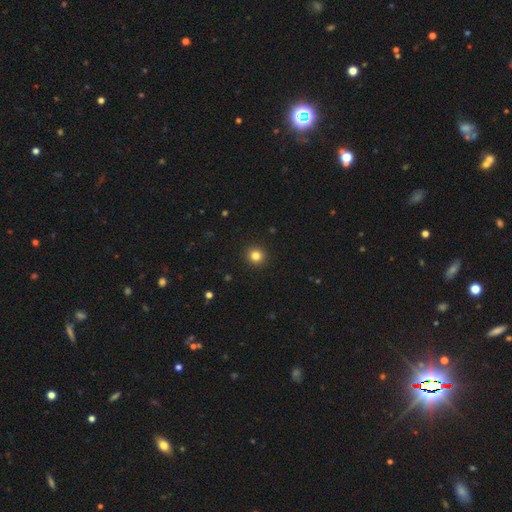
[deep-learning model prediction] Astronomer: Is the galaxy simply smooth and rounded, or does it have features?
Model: smooth — 82%.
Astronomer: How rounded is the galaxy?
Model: round — 94%.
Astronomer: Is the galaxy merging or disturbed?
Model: none — 93%.